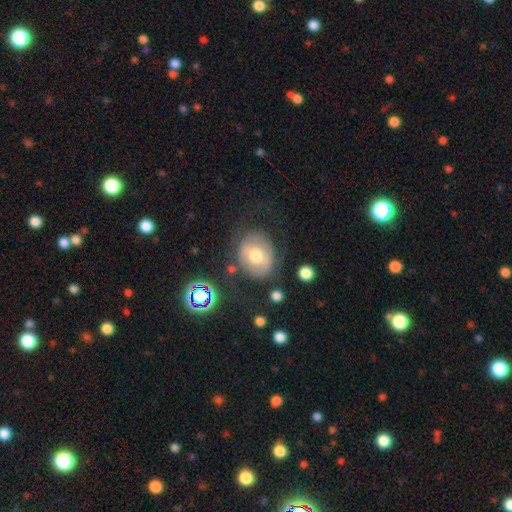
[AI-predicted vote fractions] The model was most divided on "smooth or featured": smooth: 54%, featured or disk: 37%, star or artifact: 9%. More confident: merging — none (69%); how rounded — round (63%).